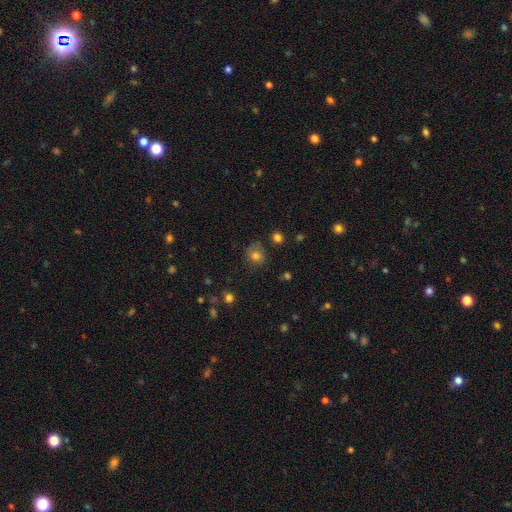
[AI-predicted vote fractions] A smooth galaxy with no disk features (78%) that is round (78%). Merging: none (68%).